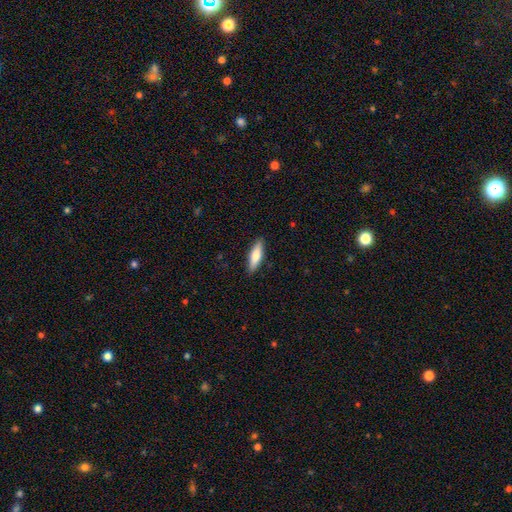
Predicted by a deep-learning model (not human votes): smooth_or_featured: smooth (p=0.72) [alt: featured or disk p=0.23]
how_rounded: cigar-shaped (p=0.62) [alt: in between p=0.36]
merging: none (p=0.89) [alt: minor disturbance p=0.08]